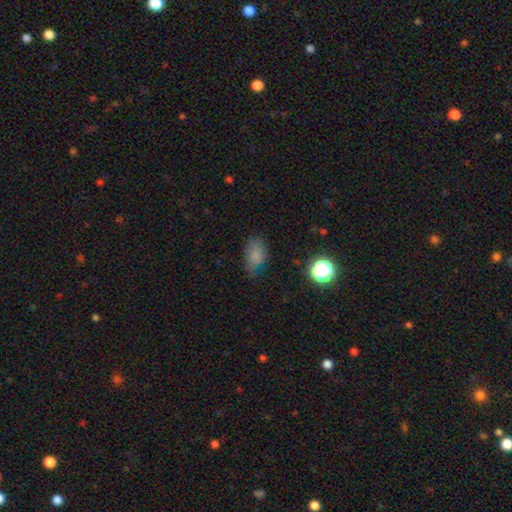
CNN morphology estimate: This is likely a smooth galaxy (79%). How rounded: clearly in between (85%). Merging: likely none (66%).